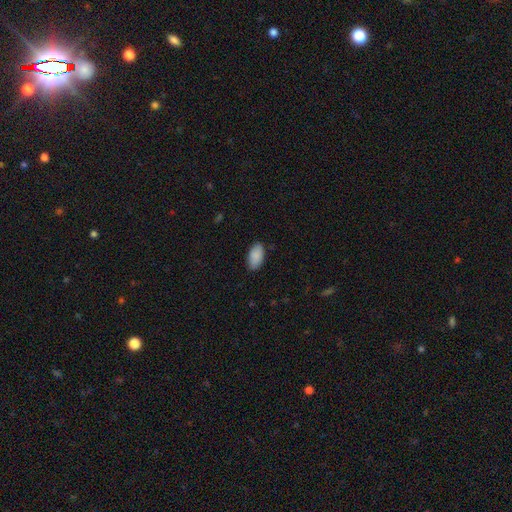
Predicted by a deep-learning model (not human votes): Q: Smooth or featured?
A: smooth (90%); runner-up: star or artifact (6%)
Q: How rounded?
A: in between (95%); runner-up: cigar-shaped (3%)
Q: Merging?
A: none (86%); runner-up: minor disturbance (11%)